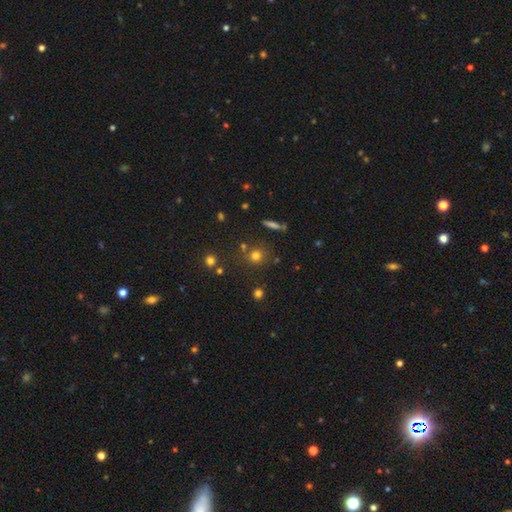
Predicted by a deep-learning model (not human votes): This appears to be a smooth galaxy with no disk features (71%) that is round (86%). Merging: none (75%).